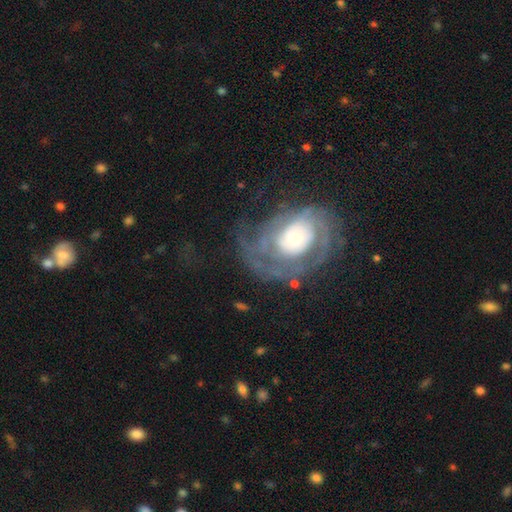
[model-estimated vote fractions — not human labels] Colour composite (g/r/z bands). It shows a featured or disk galaxy (81%) with no bar (74%), tight (65%) spiral arms (88%) and a moderate central bulge (44%). Merging: none (61%).